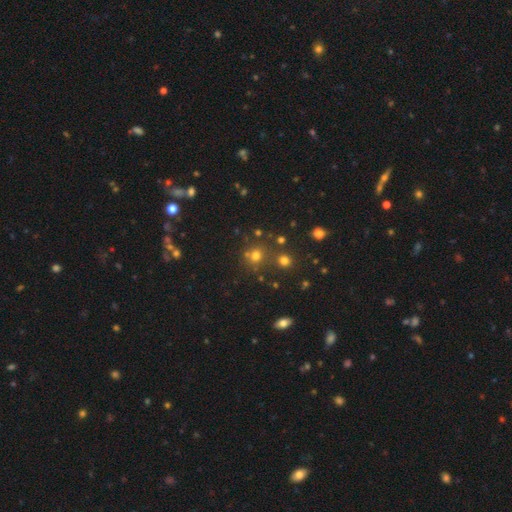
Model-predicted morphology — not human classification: Overall: smooth (66%). How rounded: round (85%). Merging: none (69%).